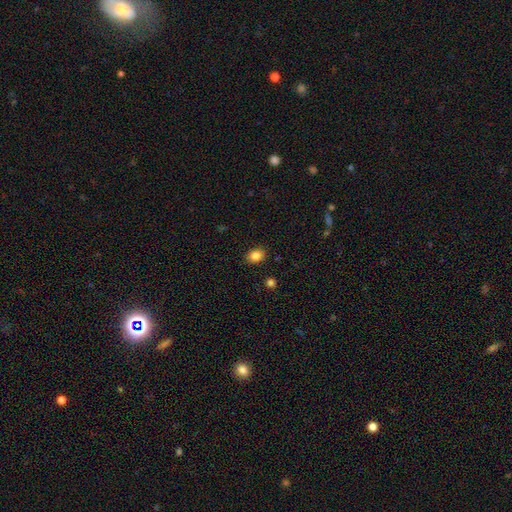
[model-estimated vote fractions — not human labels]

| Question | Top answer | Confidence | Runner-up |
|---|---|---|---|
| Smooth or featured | smooth | 86% | star or artifact (9%) |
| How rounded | in between | 67% | round (32%) |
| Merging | none | 89% | minor disturbance (8%) |